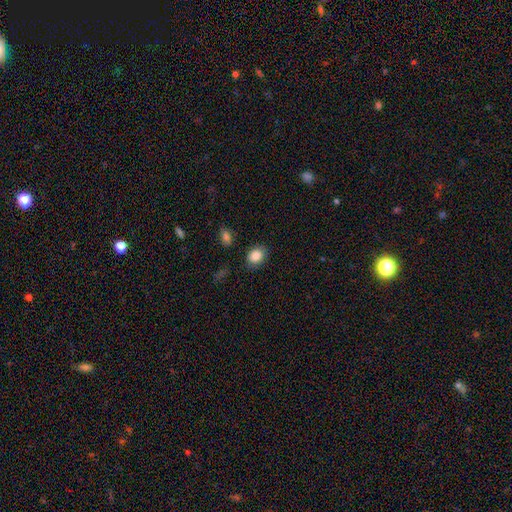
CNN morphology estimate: Smooth or featured: smooth — 85% (star or artifact — 9%)
How rounded: in between — 53% (round — 46%)
Merging: none — 83% (minor disturbance — 11%)